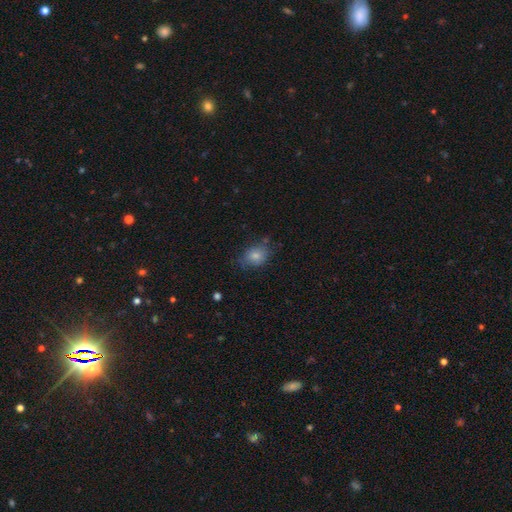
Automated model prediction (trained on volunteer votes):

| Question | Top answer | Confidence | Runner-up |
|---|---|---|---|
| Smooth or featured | smooth | 79% | featured or disk (13%) |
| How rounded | in between | 62% | round (37%) |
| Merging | none | 64% | minor disturbance (25%) |